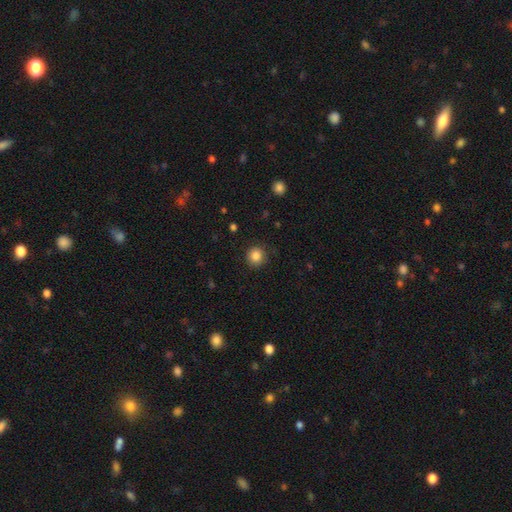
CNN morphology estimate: type=smooth (86%); roundness=round (90%); merging=none (88%).